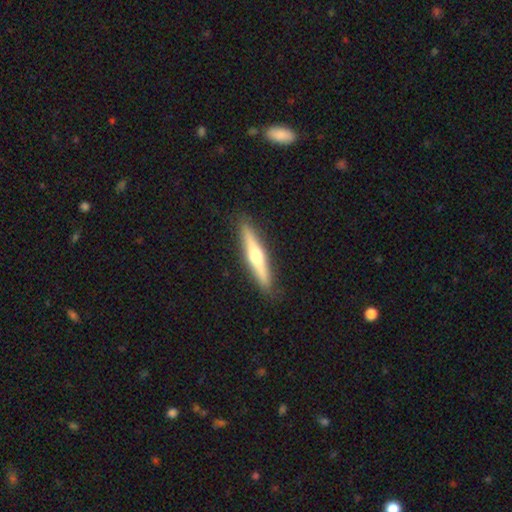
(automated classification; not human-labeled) Smooth or featured? featured or disk (59%)
Edge-on disk? yes (96%)
Edge-on bulge? rounded (90%)
Merging? none (90%)